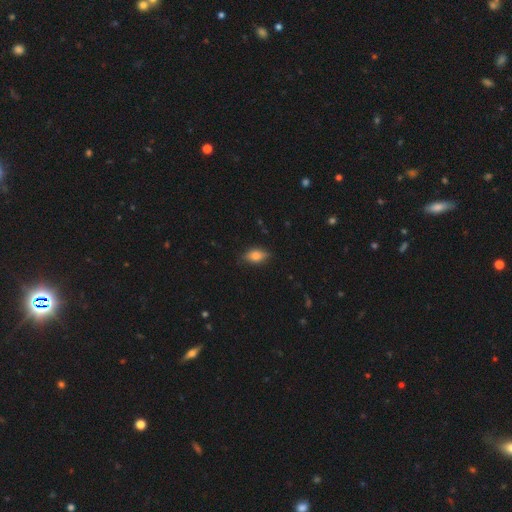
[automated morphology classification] smooth_or_featured: smooth (p=0.74) [alt: featured or disk p=0.18]
how_rounded: in between (p=0.85) [alt: round p=0.08]
merging: none (p=0.79) [alt: minor disturbance p=0.17]